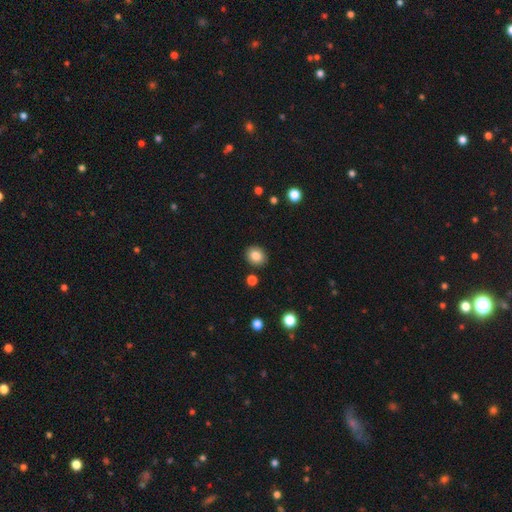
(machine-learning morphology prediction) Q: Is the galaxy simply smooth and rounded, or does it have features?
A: smooth — 84%.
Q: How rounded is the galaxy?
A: round — 68%.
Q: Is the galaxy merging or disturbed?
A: none — 89%.